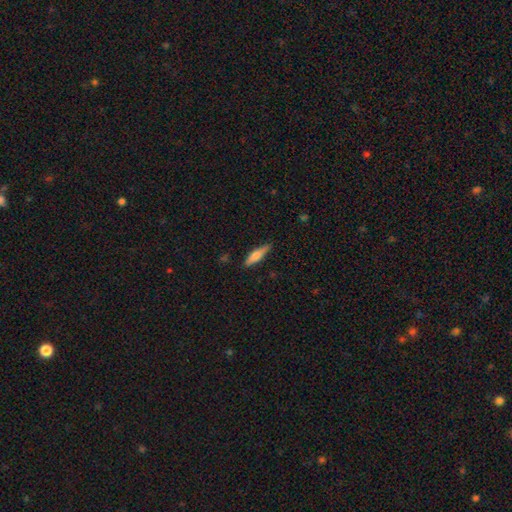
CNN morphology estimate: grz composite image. It shows a smooth galaxy with no disk features (55%) that is cigar-shaped (74%). Merging: none (86%).